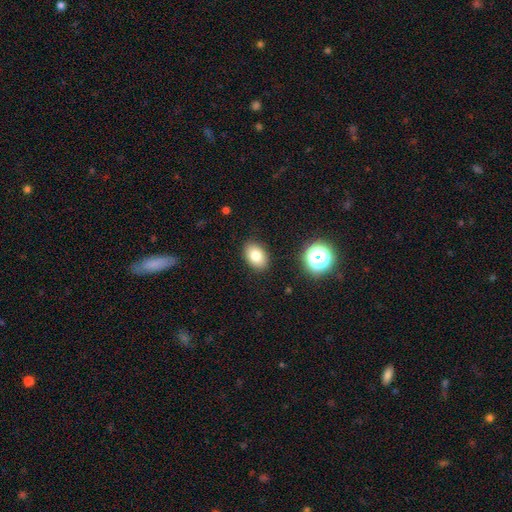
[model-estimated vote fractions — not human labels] The model was most divided on "how rounded": in between: 81%, round: 17%, cigar-shaped: 1%. More confident: merging — none (88%); smooth or featured — smooth (79%).